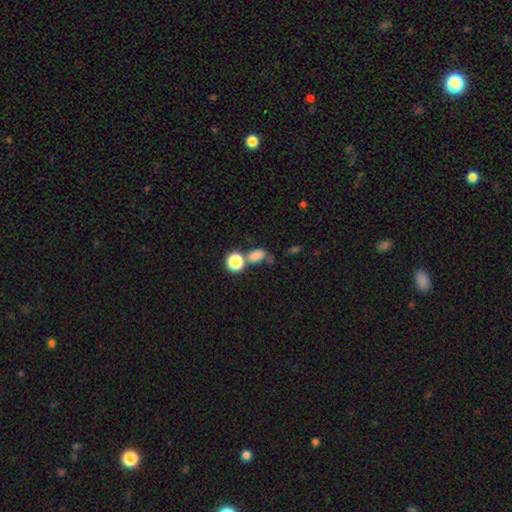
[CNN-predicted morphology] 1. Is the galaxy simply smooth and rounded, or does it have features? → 77% smooth, 16% star or artifact, 7% featured or disk.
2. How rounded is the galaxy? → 70% in between, 28% round, 2% cigar-shaped.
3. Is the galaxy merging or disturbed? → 48% none, 31% merger, 13% minor disturbance, 7% major disturbance.